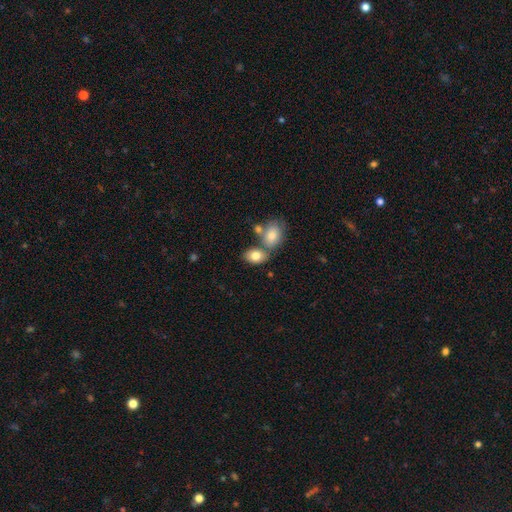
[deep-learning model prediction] Q: Smooth or featured?
A: smooth (80%); runner-up: featured or disk (12%)
Q: How rounded?
A: in between (80%); runner-up: round (19%)
Q: Merging?
A: none (51%); runner-up: merger (33%)